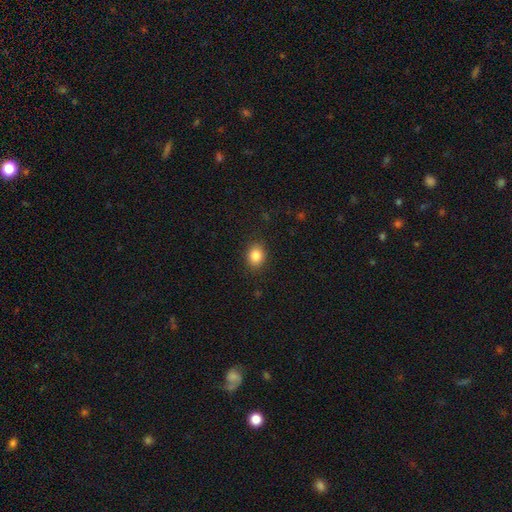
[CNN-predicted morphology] Smooth or featured? smooth (86%)
How rounded? round (50%)
Merging? none (88%)